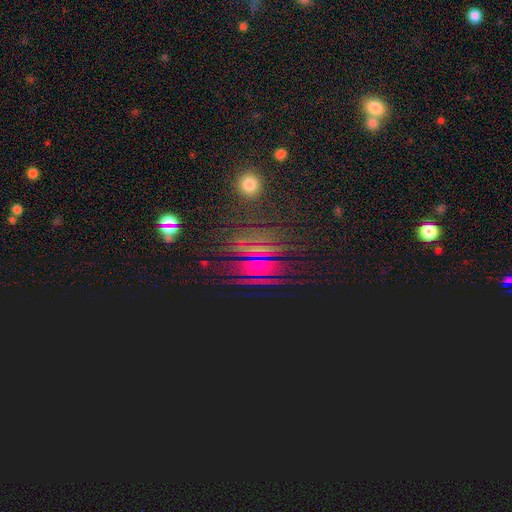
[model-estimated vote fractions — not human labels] Smooth or featured? star or artifact (62%)